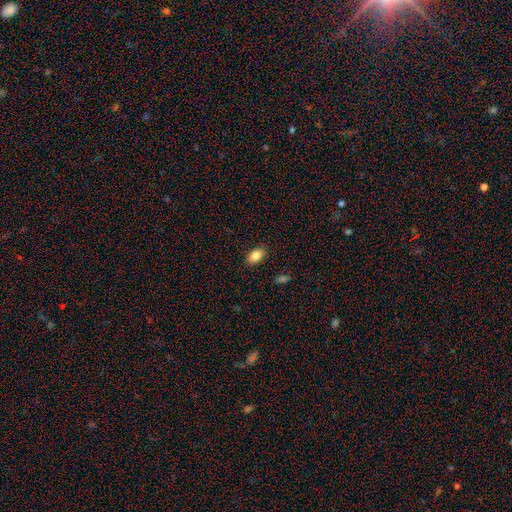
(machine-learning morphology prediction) smooth 85%, star or artifact 8%, featured or disk 7%. Down the decision tree: how rounded — in between (91%); merging — none (88%).